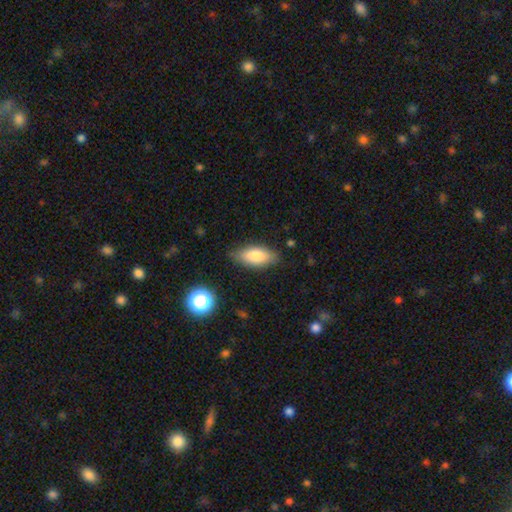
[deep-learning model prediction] Smooth or featured?
  - smooth: 79% *
  - featured or disk: 14%
  - star or artifact: 7%
How rounded?
  - in between: 83% *
  - cigar-shaped: 14%
  - round: 3%
Merging?
  - none: 80% *
  - minor disturbance: 15%
  - major disturbance: 3%
  - merger: 2%